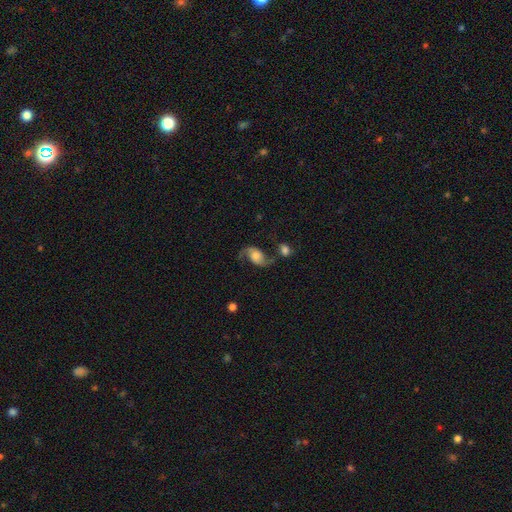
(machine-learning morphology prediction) Overall: featured or disk (75%). Edge-on disk: no (97%). Bar: no (64%; weak 29%). Spiral arms: yes (94%). Spiral arm count: 2 (92%). Spiral winding: loose (72%). Bulge size: moderate (39%; large 24%). Merging: none (53%; merger 19%).